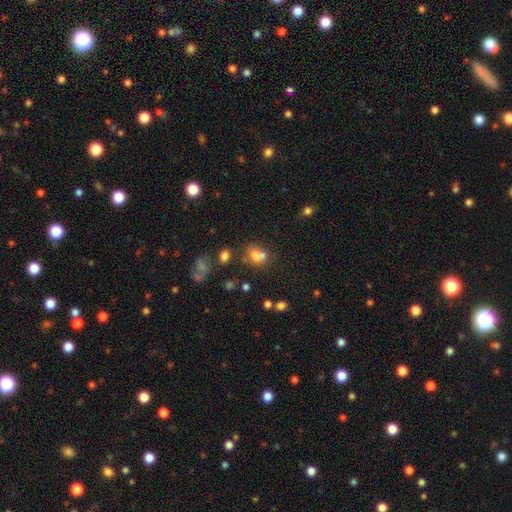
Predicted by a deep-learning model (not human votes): Smooth or featured?
  - smooth: 71% *
  - featured or disk: 15%
  - star or artifact: 14%
How rounded?
  - in between: 50% *
  - round: 48%
  - cigar-shaped: 1%
Merging?
  - merger: 48% *
  - none: 33%
  - minor disturbance: 12%
  - major disturbance: 6%